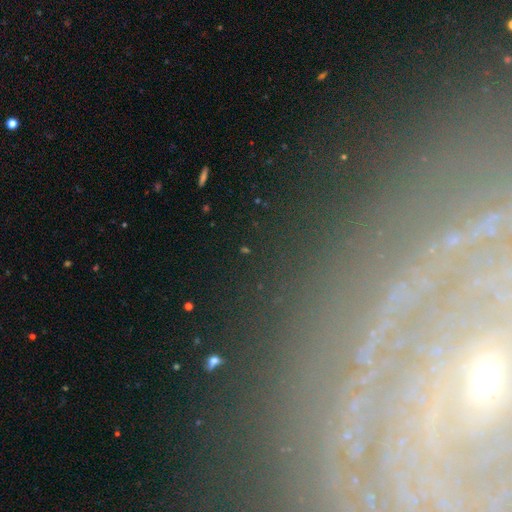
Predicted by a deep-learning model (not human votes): Smooth or featured? featured or disk (60%)
Edge-on disk? no (84%)
Bar? no (47%)
Spiral arms? yes (78%)
Bulge size? small (53%)
Merging? none (80%)